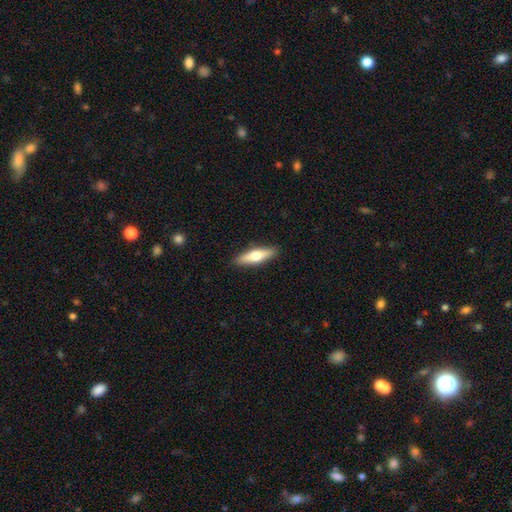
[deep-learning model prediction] This is possibly a smooth galaxy (53%). How rounded: likely cigar-shaped (65%). Merging: clearly none (90%).